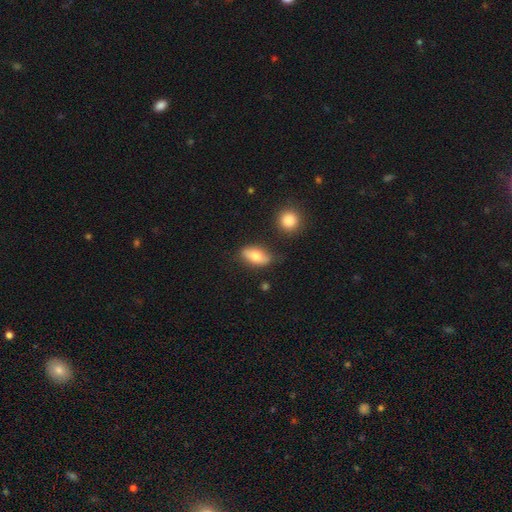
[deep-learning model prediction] Smooth or featured? smooth (77%)
How rounded? in between (88%)
Merging? none (76%)